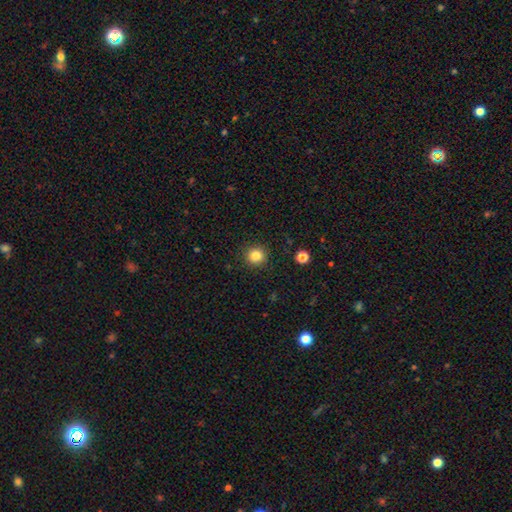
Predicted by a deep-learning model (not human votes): This is clearly a smooth galaxy (83%). How rounded: clearly round (92%). Merging: clearly none (91%).